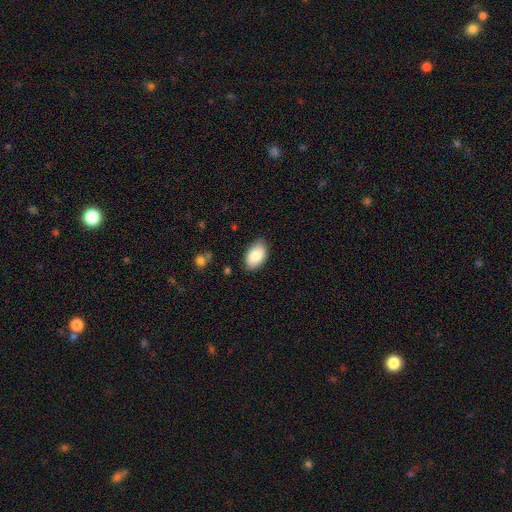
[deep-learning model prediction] smooth 85%, featured or disk 9%, star or artifact 6%. Down the decision tree: how rounded — in between (94%); merging — none (84%).